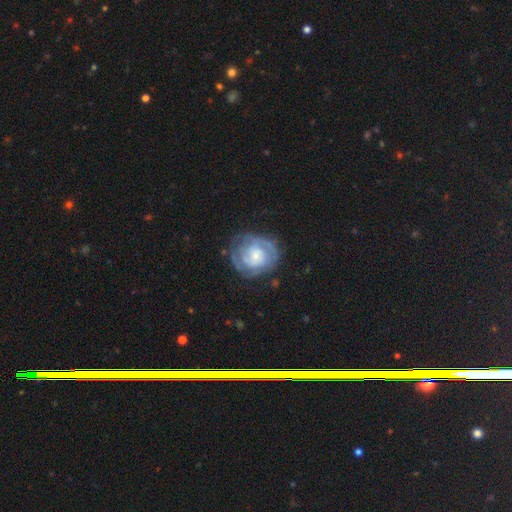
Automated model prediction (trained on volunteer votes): Overall: featured or disk (70%). Edge-on disk: no (97%). Bar: no (76%). Spiral arms: yes (77%). Spiral arm count: can't tell (44%; 2 29%). Spiral winding: tight (60%; medium 30%). Bulge size: small (62%; moderate 27%). Merging: none (65%).